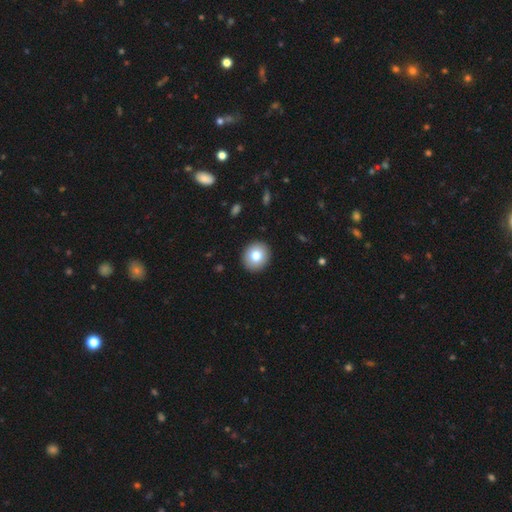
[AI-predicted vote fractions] Smooth or featured? smooth (77%)
How rounded? round (86%)
Merging? none (92%)